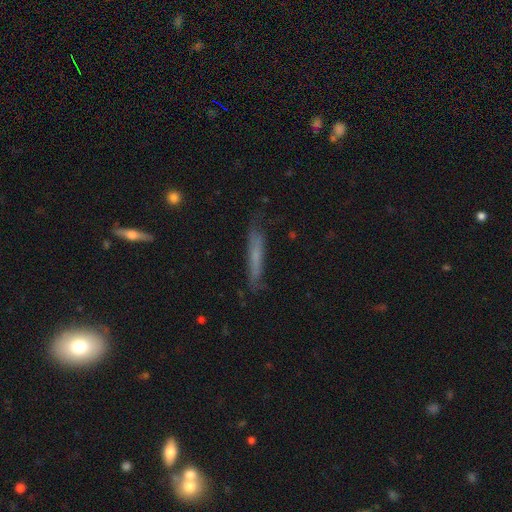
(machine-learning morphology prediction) A smooth galaxy with no disk features (54%) that is cigar-shaped (92%). Merging: none (75%).